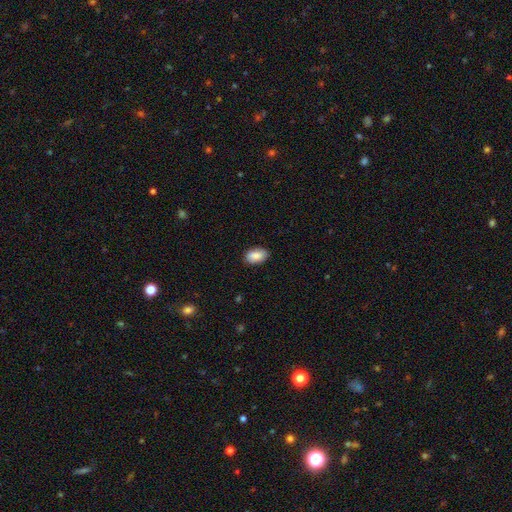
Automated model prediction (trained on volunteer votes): The model was most divided on "merging": none: 87%, minor disturbance: 10%, major disturbance: 2%, merger: 1%. More confident: how rounded — in between (92%); smooth or featured — smooth (88%).